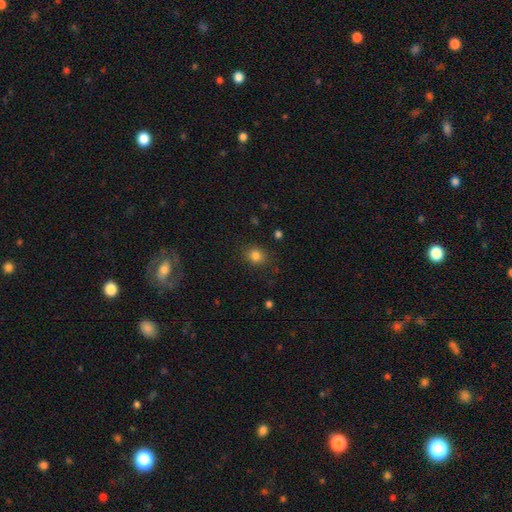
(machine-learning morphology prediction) Smooth or featured? Predicted: smooth (p=0.83). How rounded? Predicted: round (p=0.62). Merging? Predicted: none (p=0.85).